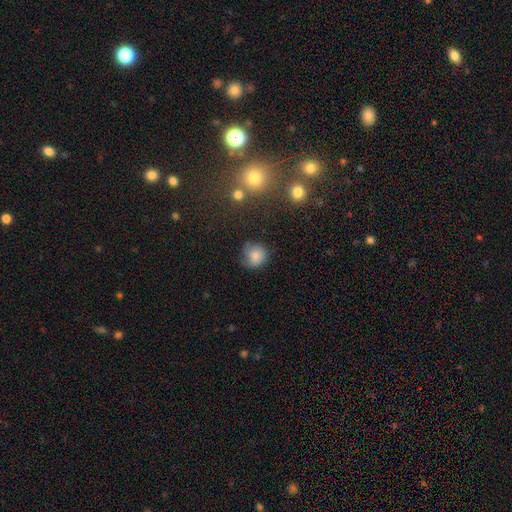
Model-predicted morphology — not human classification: smooth 77%, featured or disk 13%, star or artifact 10%. Down the decision tree: how rounded — round (83%); merging — none (60%).